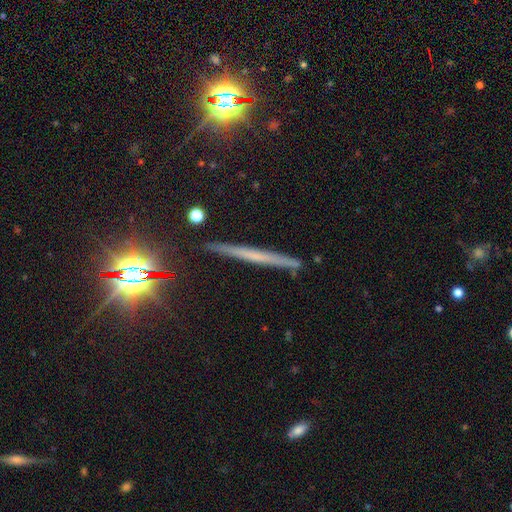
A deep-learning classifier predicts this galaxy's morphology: featured or disk 49%, smooth 33%, star or artifact 18%. Down the decision tree: merging — none (89%).